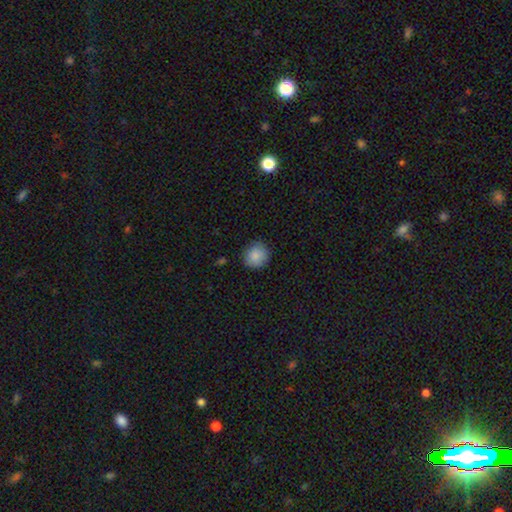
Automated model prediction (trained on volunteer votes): Smooth or featured? smooth (87%)
How rounded? round (87%)
Merging? none (85%)